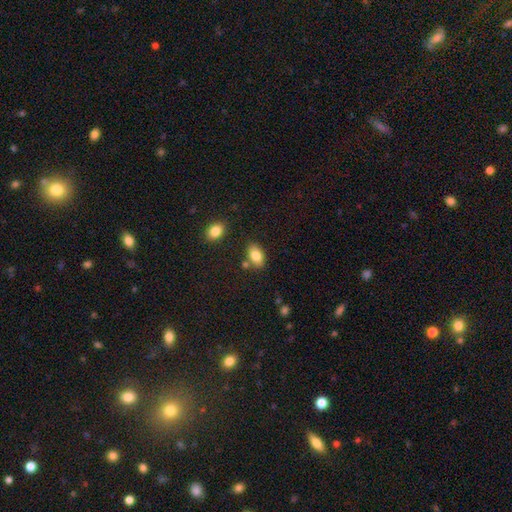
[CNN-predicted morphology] Smooth or featured? Predicted: smooth (p=0.83). How rounded? Predicted: in between (p=0.90). Merging? Predicted: none (p=0.77).